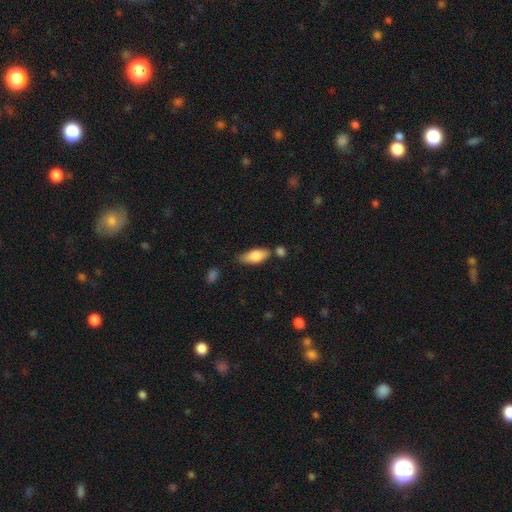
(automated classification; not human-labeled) smooth 77%, featured or disk 17%, star or artifact 6%. Down the decision tree: how rounded — in between (77%); merging — none (65%).